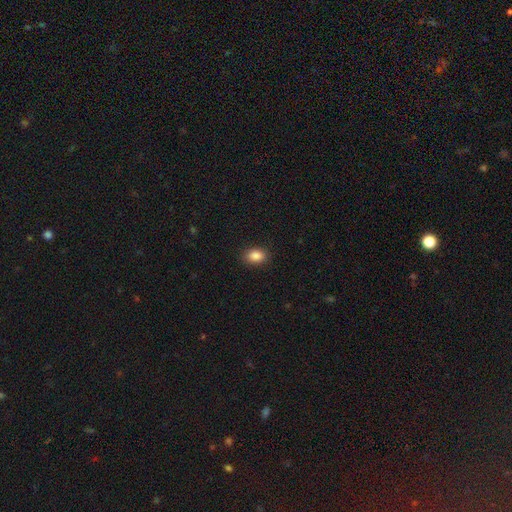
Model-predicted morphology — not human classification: Smooth or featured: smooth — 87% (star or artifact — 9%)
How rounded: in between — 79% (round — 19%)
Merging: none — 88% (minor disturbance — 9%)